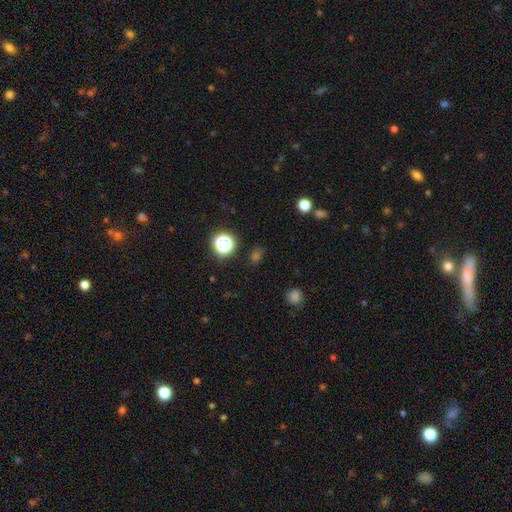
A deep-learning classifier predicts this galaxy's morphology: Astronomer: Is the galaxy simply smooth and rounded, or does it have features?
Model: smooth — 49% (runner-up: star or artifact, 44%).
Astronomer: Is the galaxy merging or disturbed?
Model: none — 83%.